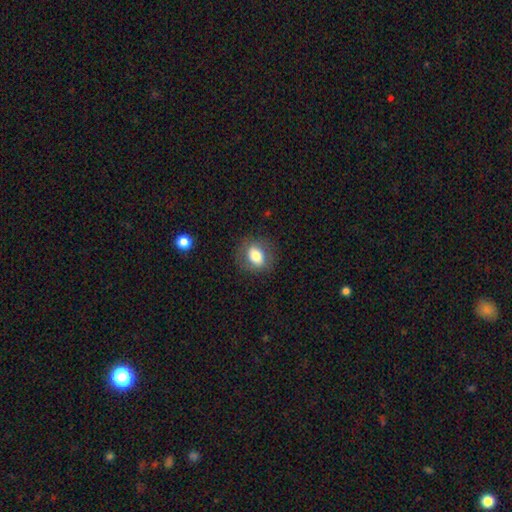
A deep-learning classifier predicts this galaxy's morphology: Q: Smooth or featured?
A: smooth (73%); runner-up: featured or disk (19%)
Q: How rounded?
A: in between (54%); runner-up: round (44%)
Q: Merging?
A: none (80%); runner-up: minor disturbance (13%)